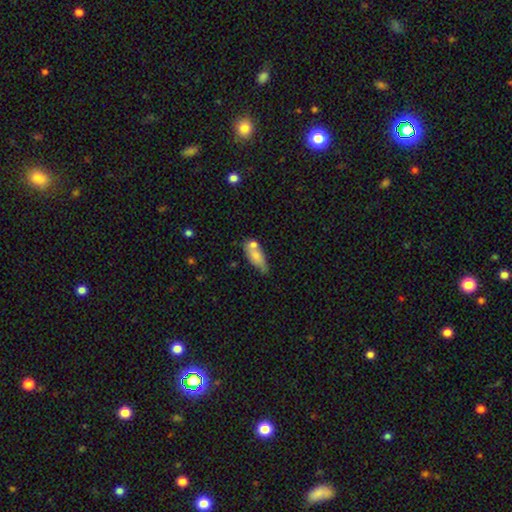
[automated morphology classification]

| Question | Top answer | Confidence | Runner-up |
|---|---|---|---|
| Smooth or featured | smooth | 73% | featured or disk (19%) |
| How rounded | in between | 76% | cigar-shaped (20%) |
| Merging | none | 41% | merger (26%) |